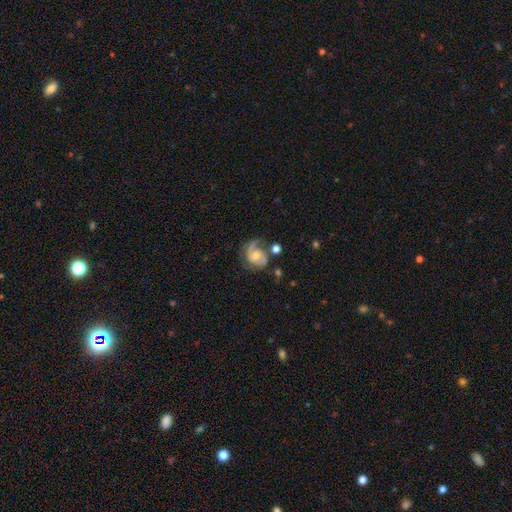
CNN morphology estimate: Smooth or featured: featured or disk — 71% (smooth — 22%)
Edge-on disk: no — 97% (yes — 3%)
Bar: no — 69% (weak — 26%)
Spiral arms: yes — 91% (no — 9%)
Spiral winding: medium — 44% (tight — 31%)
Spiral arm count: 2 — 52% (1 — 33%)
Bulge size: moderate — 54% (small — 37%)
Merging: none — 48% (minor disturbance — 24%)